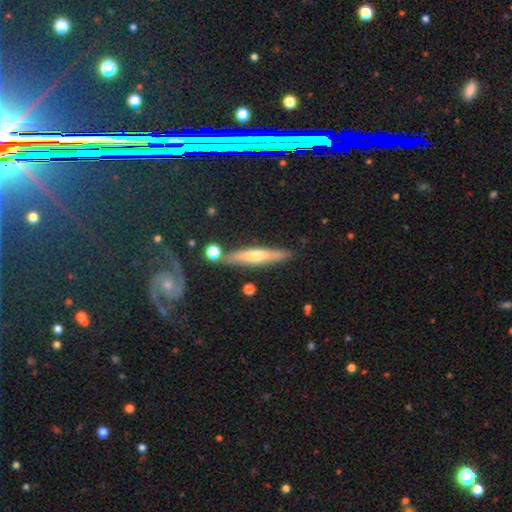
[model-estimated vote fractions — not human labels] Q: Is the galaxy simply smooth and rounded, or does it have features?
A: featured or disk — 55%.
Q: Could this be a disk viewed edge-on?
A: yes — 89%.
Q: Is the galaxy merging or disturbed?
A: none — 81%.